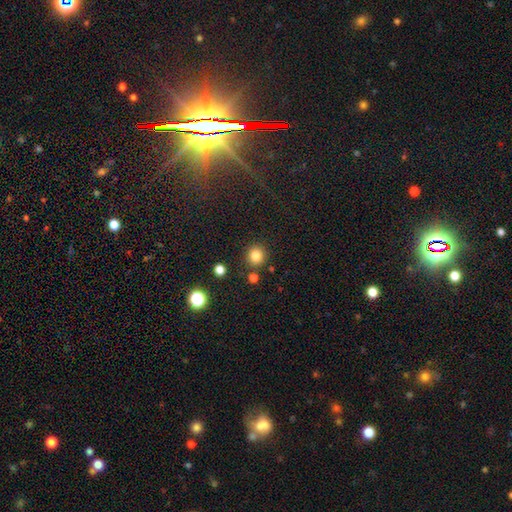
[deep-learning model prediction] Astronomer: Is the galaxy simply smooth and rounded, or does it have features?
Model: smooth — 82%.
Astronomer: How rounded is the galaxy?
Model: round — 90%.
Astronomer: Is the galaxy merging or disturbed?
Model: none — 85%.